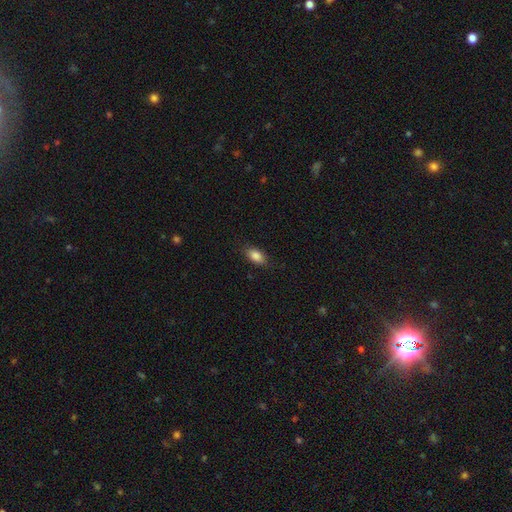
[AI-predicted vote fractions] Q: Smooth or featured?
A: smooth (86%); runner-up: star or artifact (8%)
Q: How rounded?
A: in between (89%); runner-up: round (6%)
Q: Merging?
A: none (84%); runner-up: minor disturbance (12%)